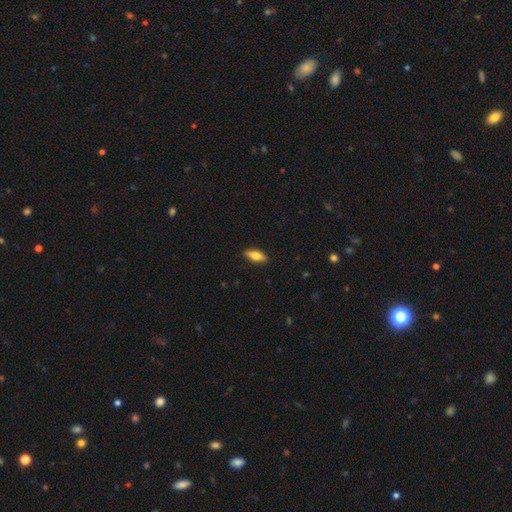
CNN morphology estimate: This appears to be a smooth galaxy with no disk features (71%) that is in between round and cigar-shaped (75%). Merging: none (90%).